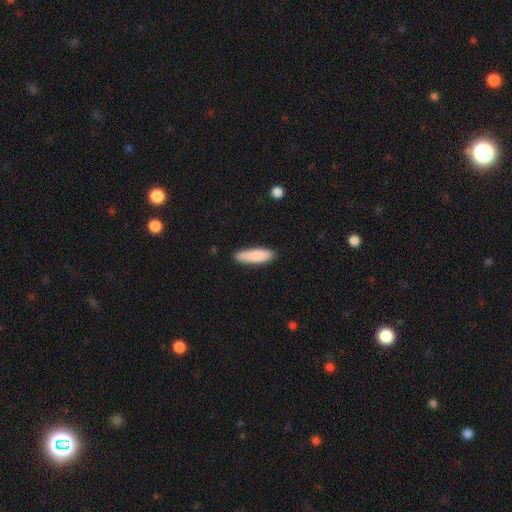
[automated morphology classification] Smooth or featured?
  - smooth: 86% *
  - featured or disk: 8%
  - star or artifact: 6%
How rounded?
  - cigar-shaped: 61% *
  - in between: 38%
  - round: 2%
Merging?
  - none: 85% *
  - minor disturbance: 12%
  - major disturbance: 2%
  - merger: 1%